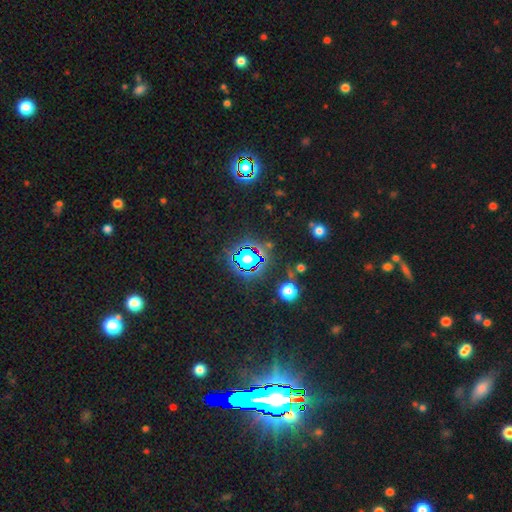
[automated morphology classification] This appears to be a star or artifact, not a galaxy (67%).